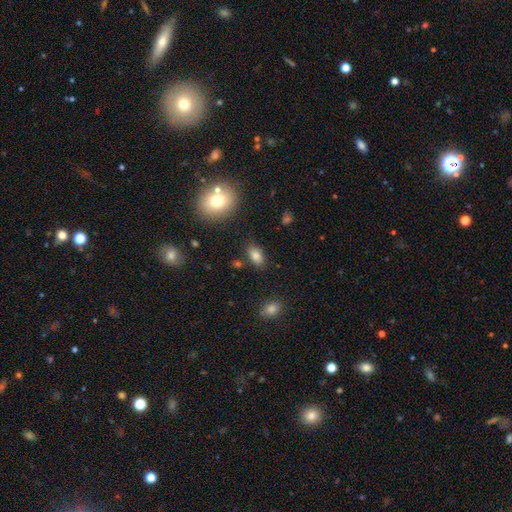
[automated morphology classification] Smooth or featured? smooth (83%)
How rounded? in between (90%)
Merging? none (81%)